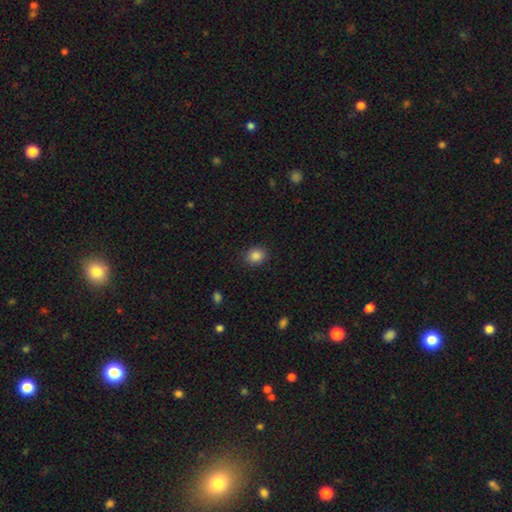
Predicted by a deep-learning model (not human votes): This appears to be a smooth galaxy with no disk features (87%) that is round (70%). Merging: none (88%).